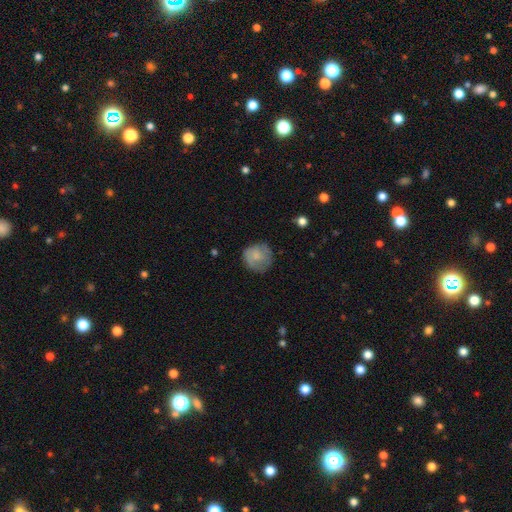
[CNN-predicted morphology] Smooth or featured? Predicted: smooth (p=0.68). How rounded? Predicted: round (p=0.87). Merging? Predicted: none (p=0.68).